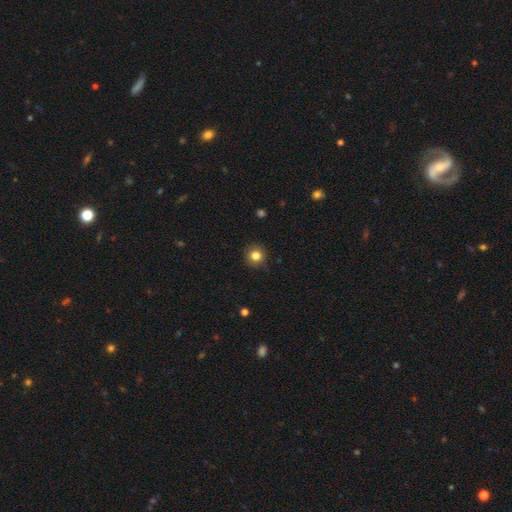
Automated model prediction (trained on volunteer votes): This appears to be a smooth galaxy with no disk features (82%) that is round (93%). Merging: none (90%).